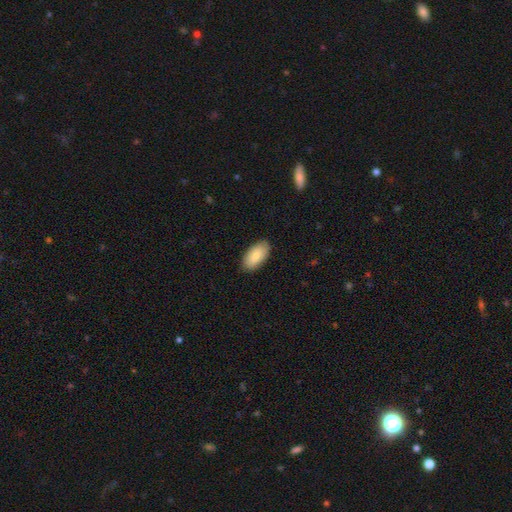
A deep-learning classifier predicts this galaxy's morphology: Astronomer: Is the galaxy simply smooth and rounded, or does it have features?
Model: smooth — 85%.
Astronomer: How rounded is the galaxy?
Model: in between — 94%.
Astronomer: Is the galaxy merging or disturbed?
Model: none — 87%.